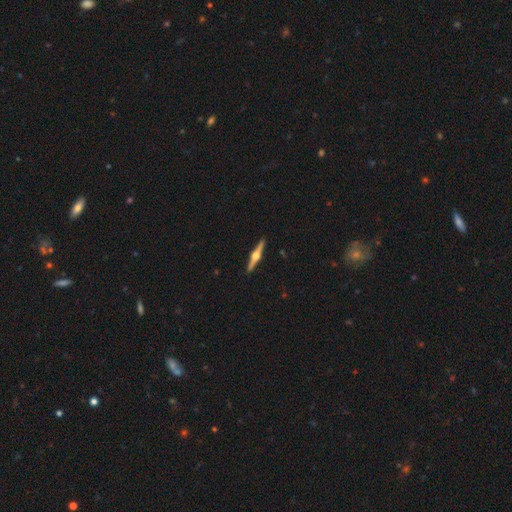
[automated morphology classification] Overall: featured or disk (84%). Edge-on disk: yes (99%). Edge-on bulge: rounded (96%). Merging: none (92%).